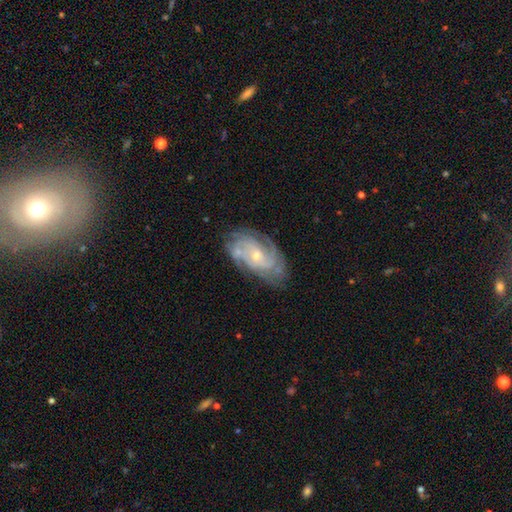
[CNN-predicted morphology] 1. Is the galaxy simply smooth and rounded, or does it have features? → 84% featured or disk, 10% smooth, 6% star or artifact.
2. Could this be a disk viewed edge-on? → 96% no, 4% yes.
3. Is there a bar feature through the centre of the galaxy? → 67% no, 28% weak, 6% strong.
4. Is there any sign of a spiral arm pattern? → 95% yes, 5% no.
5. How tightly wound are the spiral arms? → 57% tight, 34% medium, 8% loose.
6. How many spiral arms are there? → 30% can't tell, 25% 2, 22% 3, 13% 4, 5% more than 4, 5% 1.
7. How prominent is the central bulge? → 65% small, 32% moderate, 1% none, 1% large, 1% dominant.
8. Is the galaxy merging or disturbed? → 70% none, 20% minor disturbance, 7% major disturbance, 3% merger.